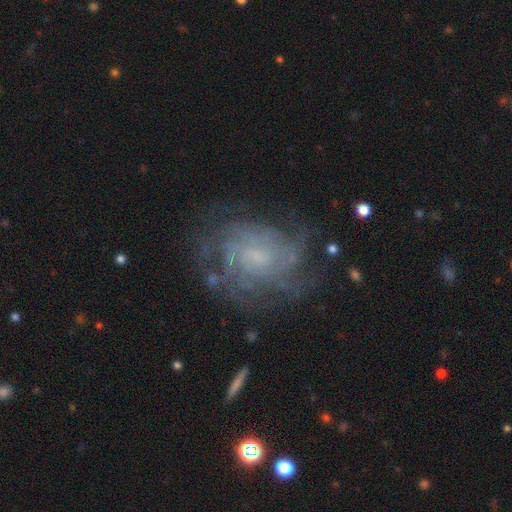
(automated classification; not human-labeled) This appears to be a featured or disk galaxy (79%) with no bar (61%), tight (56%) spiral arms (89%) and a small central bulge (50%). Merging: none (68%).